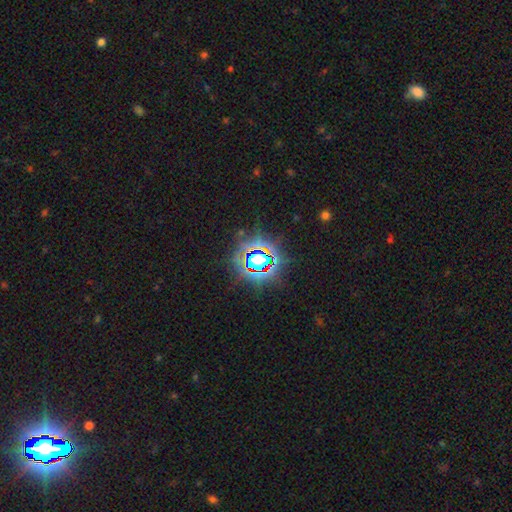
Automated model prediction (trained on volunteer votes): Q: Smooth or featured?
A: star or artifact (80%); runner-up: smooth (12%)